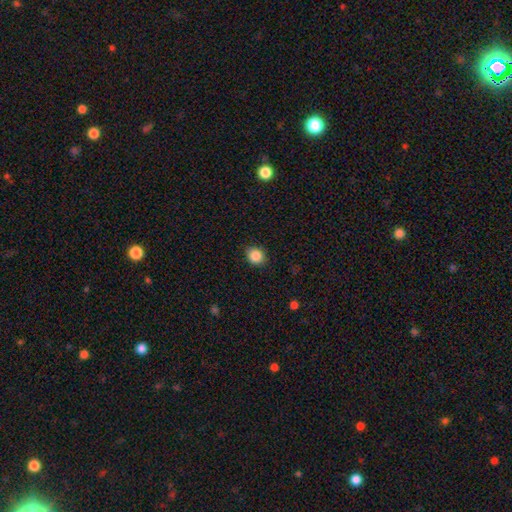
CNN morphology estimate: type=smooth (86%); roundness=round (78%); merging=none (88%).